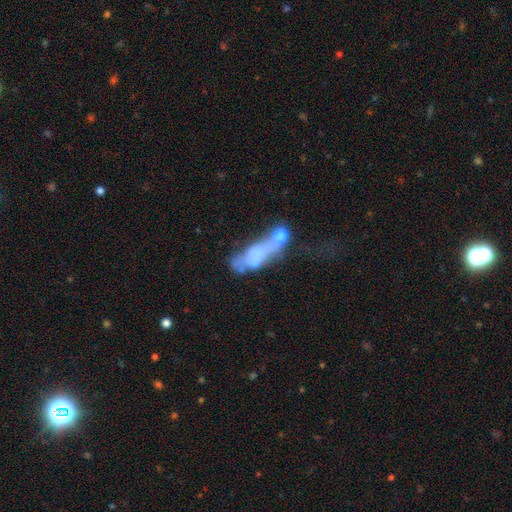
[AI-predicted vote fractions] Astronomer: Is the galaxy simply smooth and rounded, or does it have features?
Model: smooth — 46% (runner-up: featured or disk, 43%).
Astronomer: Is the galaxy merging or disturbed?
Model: merger — 47% (runner-up: major disturbance, 24%).